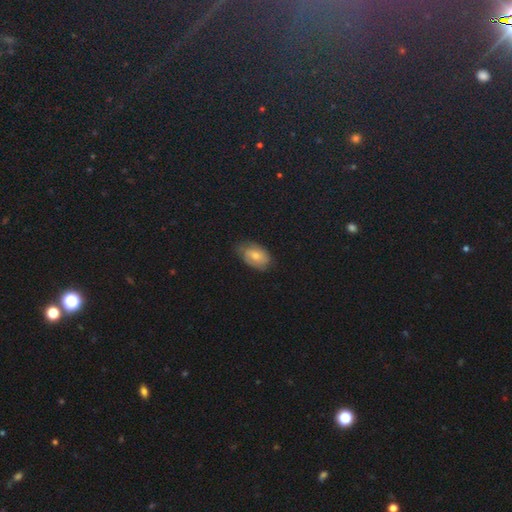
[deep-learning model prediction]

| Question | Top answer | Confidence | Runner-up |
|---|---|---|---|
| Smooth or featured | smooth | 57% | featured or disk (34%) |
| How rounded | in between | 88% | round (10%) |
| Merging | none | 66% | minor disturbance (27%) |